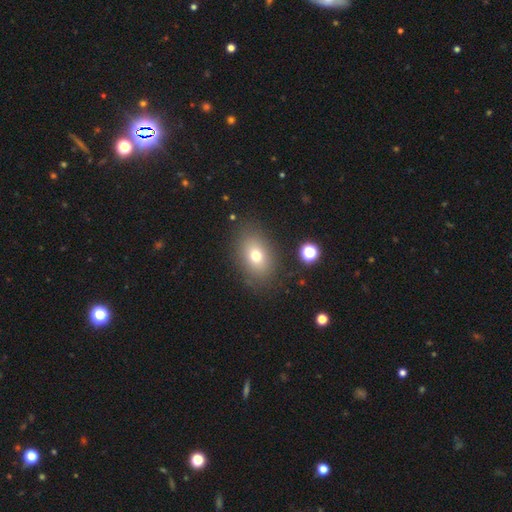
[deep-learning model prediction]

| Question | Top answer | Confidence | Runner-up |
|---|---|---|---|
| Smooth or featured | smooth | 72% | featured or disk (15%) |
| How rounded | in between | 76% | round (23%) |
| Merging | none | 83% | minor disturbance (10%) |